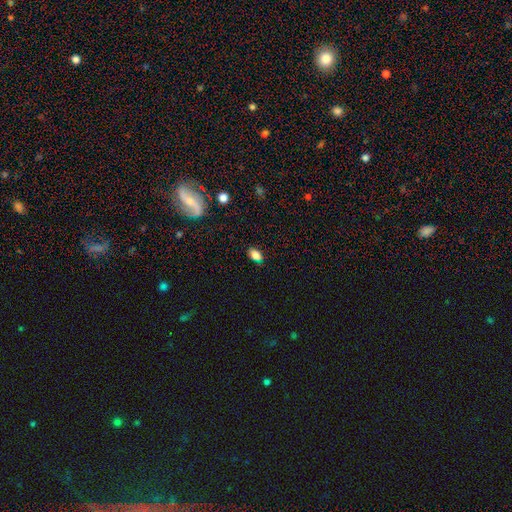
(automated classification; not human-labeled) Morphology: type=smooth (80%); roundness=in between (86%); merging=none (80%).